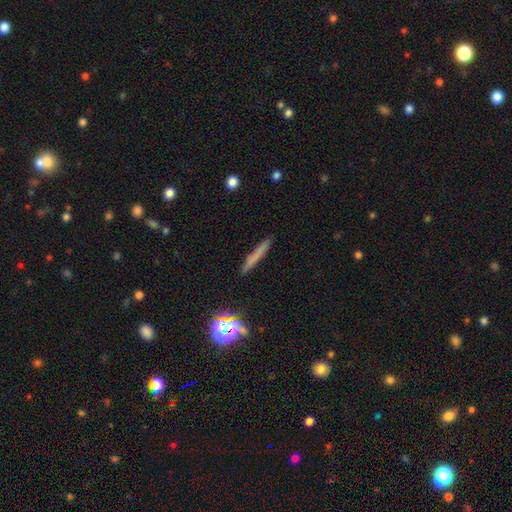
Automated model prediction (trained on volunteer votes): Overall: smooth (63%; featured or disk 24%). How rounded: cigar-shaped (94%). Merging: none (89%).